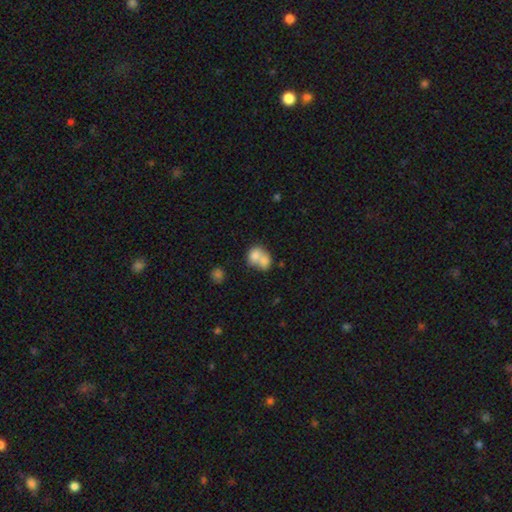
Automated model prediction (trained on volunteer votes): smooth_or_featured: smooth (p=0.74) [alt: featured or disk p=0.17]
how_rounded: in between (p=0.50) [alt: round p=0.49]
merging: merger (p=0.73) [alt: none p=0.18]